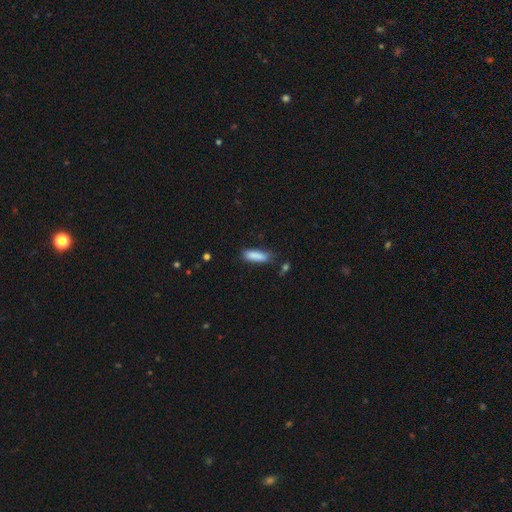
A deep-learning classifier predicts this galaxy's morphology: The model was most divided on "how rounded": cigar-shaped: 53%, in between: 45%, round: 2%. More confident: smooth or featured — smooth (86%); merging — none (67%).